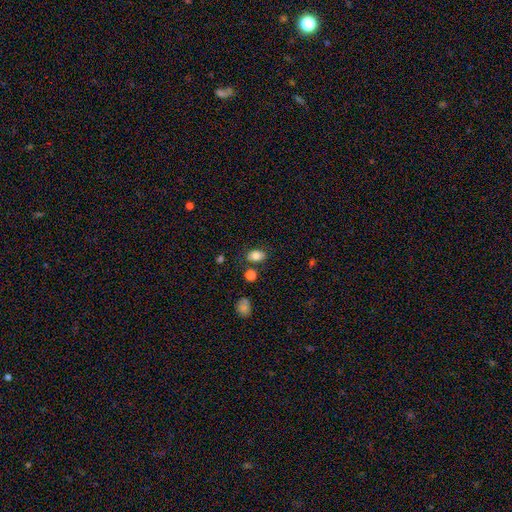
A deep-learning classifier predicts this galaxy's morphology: This appears to be a smooth galaxy with no disk features (80%) that is in between round and cigar-shaped (74%). Merging: none (75%).